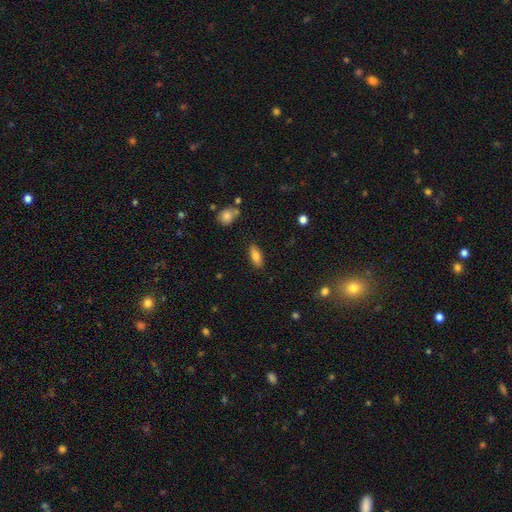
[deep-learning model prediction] Smooth or featured: smooth — 80% (featured or disk — 12%)
How rounded: in between — 78% (cigar-shaped — 20%)
Merging: none — 86% (minor disturbance — 10%)